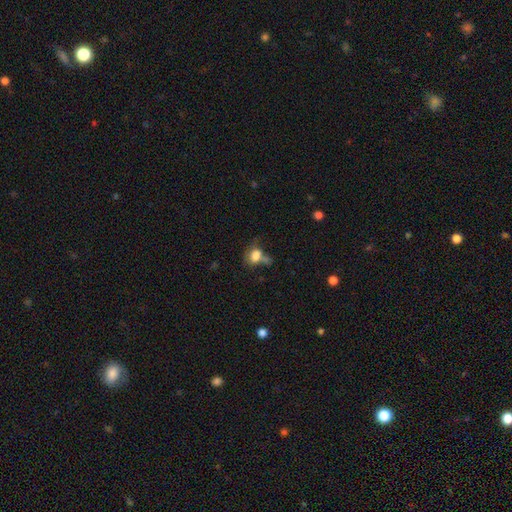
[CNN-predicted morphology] smooth-or-featured: smooth: 77% | featured or disk: 12% | star or artifact: 11%
  how-rounded: in between: 63% | round: 36% | cigar-shaped: 1%
  merging: none: 35% | merger: 24% | minor disturbance: 23% | major disturbance: 19%